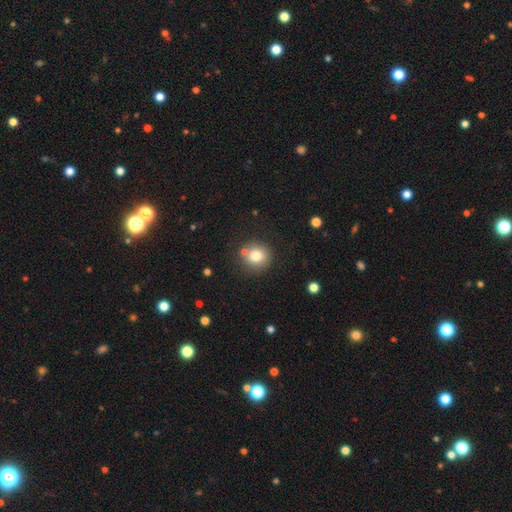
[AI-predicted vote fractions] Morphology: type=smooth (79%); roundness=round (88%); merging=none (75%).